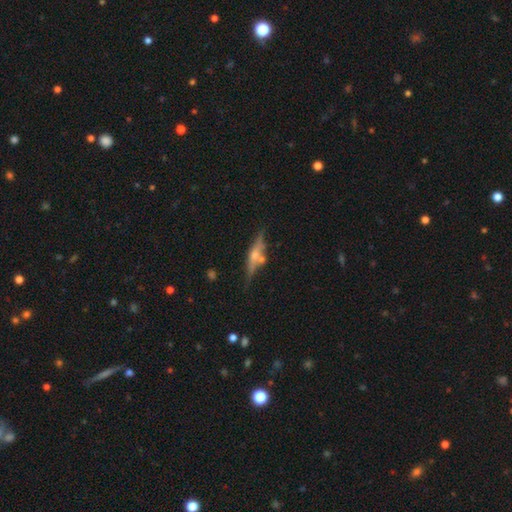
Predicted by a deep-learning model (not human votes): Smooth or featured? featured or disk (61%)
Edge-on disk? yes (91%)
Edge-on bulge? rounded (84%)
Merging? none (65%)